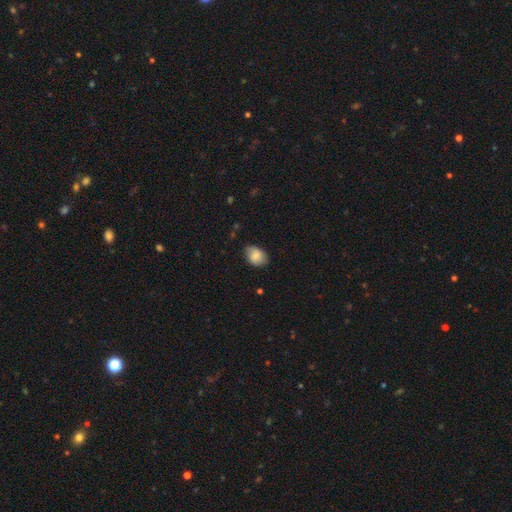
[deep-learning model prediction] This appears to be a smooth galaxy with no disk features (79%) that is in between round and cigar-shaped (77%). Merging: none (75%).